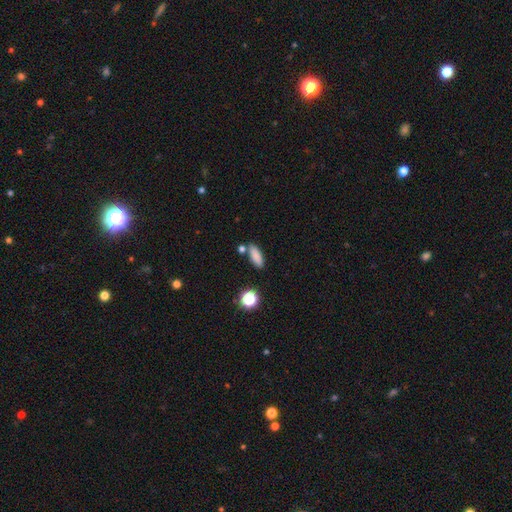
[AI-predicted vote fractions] Smooth or featured?
  - smooth: 84% *
  - star or artifact: 10%
  - featured or disk: 6%
How rounded?
  - in between: 69% *
  - cigar-shaped: 27%
  - round: 4%
Merging?
  - none: 76% *
  - minor disturbance: 12%
  - merger: 9%
  - major disturbance: 3%